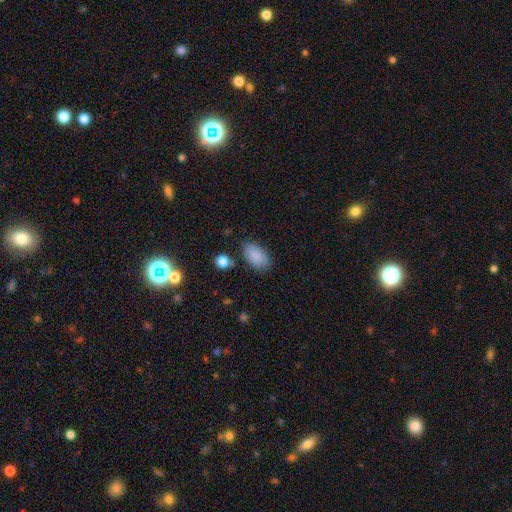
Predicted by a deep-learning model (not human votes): smooth-or-featured: smooth: 87% | star or artifact: 8% | featured or disk: 5%
  how-rounded: in between: 93% | round: 5% | cigar-shaped: 2%
  merging: none: 79% | minor disturbance: 14% | major disturbance: 4% | merger: 3%